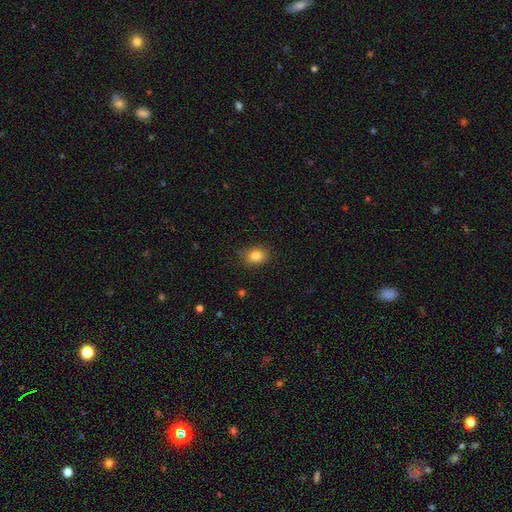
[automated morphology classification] smooth 84%, star or artifact 9%, featured or disk 6%. Down the decision tree: how rounded — in between (62%); merging — none (82%).